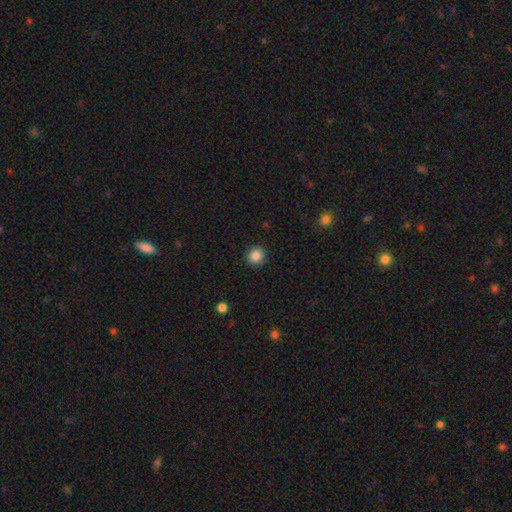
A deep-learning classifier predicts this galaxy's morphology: This appears to be a smooth galaxy with no disk features (86%) that is round (88%). Merging: none (91%).